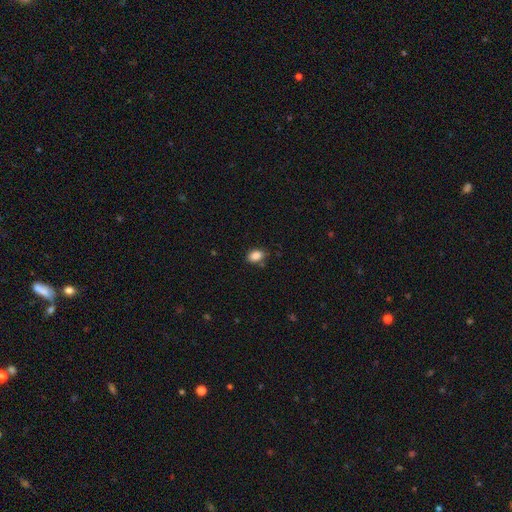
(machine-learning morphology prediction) smooth 87%, star or artifact 9%, featured or disk 4%. Down the decision tree: how rounded — in between (81%); merging — none (79%).